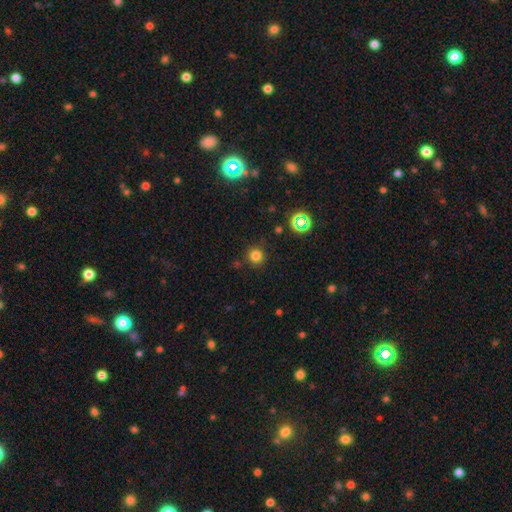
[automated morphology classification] The model was most divided on "smooth or featured": smooth: 77%, star or artifact: 18%, featured or disk: 5%. More confident: how rounded — round (94%); merging — none (86%).